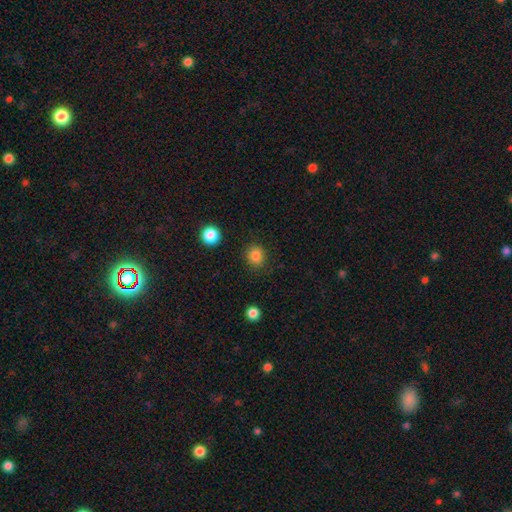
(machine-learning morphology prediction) This is clearly a smooth galaxy (85%). How rounded: likely round (79%). Merging: clearly none (87%).